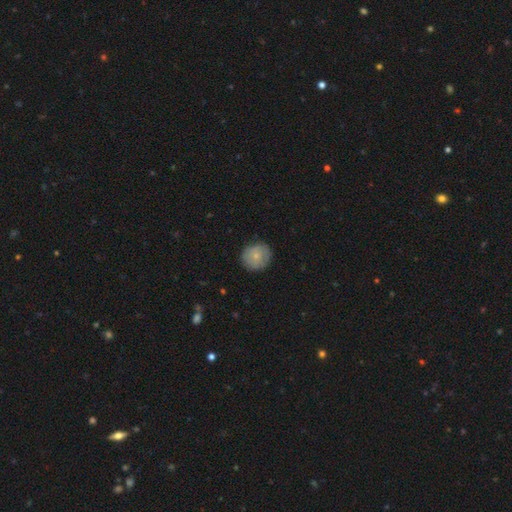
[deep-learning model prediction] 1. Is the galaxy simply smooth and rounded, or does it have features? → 68% smooth, 25% featured or disk, 7% star or artifact.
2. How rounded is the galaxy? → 86% round, 13% in between, 1% cigar-shaped.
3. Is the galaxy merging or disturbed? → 84% none, 12% minor disturbance, 3% major disturbance, 1% merger.